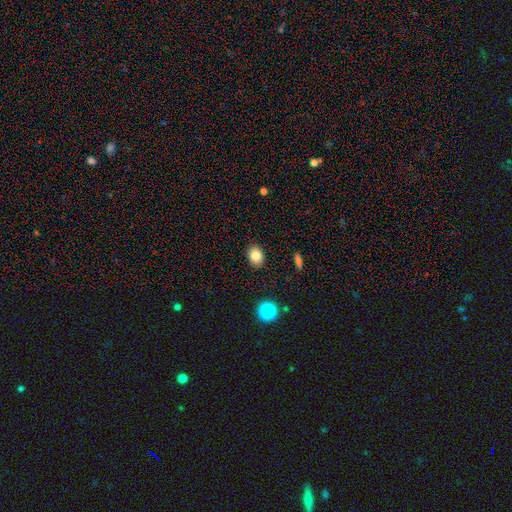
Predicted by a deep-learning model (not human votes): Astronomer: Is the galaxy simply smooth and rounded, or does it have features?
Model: smooth — 82%.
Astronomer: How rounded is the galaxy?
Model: in between — 68%.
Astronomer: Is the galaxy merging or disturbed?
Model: none — 88%.